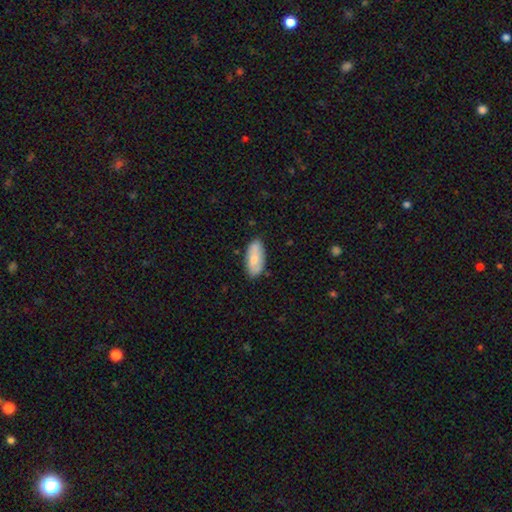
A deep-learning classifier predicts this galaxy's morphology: Smooth or featured: smooth — 71% (featured or disk — 23%)
How rounded: in between — 87% (cigar-shaped — 11%)
Merging: none — 85% (minor disturbance — 12%)